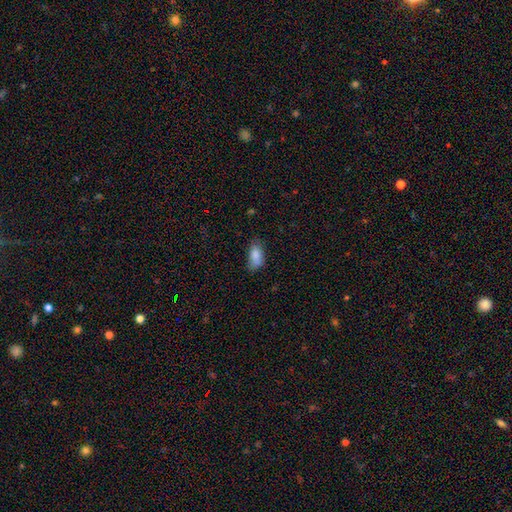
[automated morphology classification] This is clearly a smooth galaxy (84%). How rounded: clearly in between (89%). Merging: possibly none (58%).